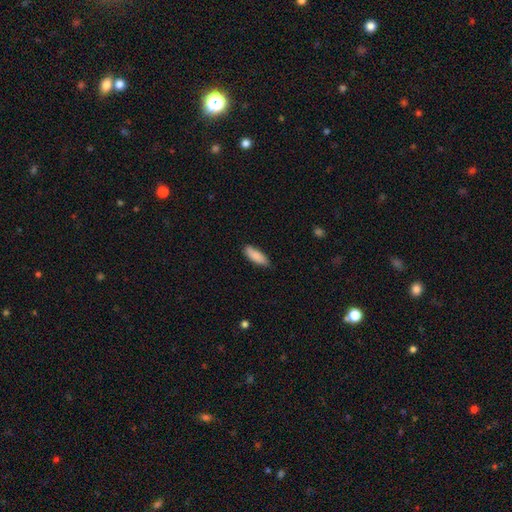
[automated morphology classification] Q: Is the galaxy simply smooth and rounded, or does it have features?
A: smooth — 87%.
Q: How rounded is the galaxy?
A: in between — 62%.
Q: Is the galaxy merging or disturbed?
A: none — 81%.